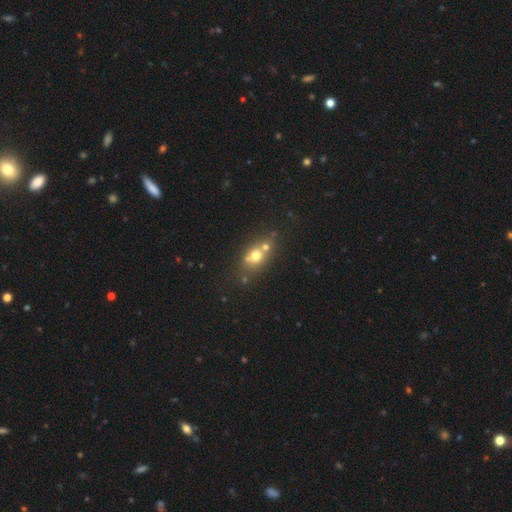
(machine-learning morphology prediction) Smooth or featured?
  - smooth: 60% *
  - featured or disk: 24%
  - star or artifact: 16%
How rounded?
  - round: 57% *
  - in between: 41%
  - cigar-shaped: 3%
Merging?
  - none: 46% *
  - merger: 39%
  - minor disturbance: 10%
  - major disturbance: 5%